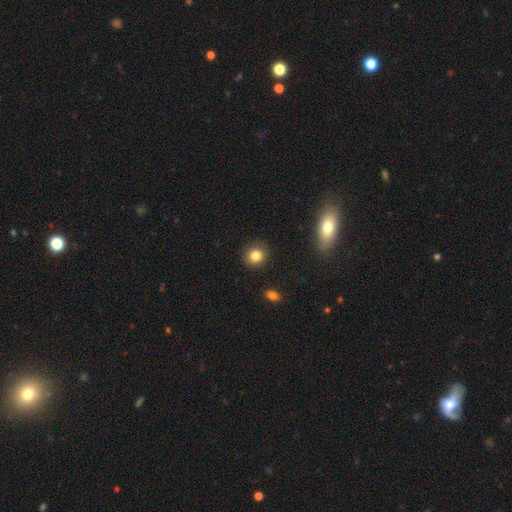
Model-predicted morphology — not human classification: Q: Smooth or featured?
A: smooth (84%); runner-up: star or artifact (10%)
Q: How rounded?
A: round (86%); runner-up: in between (13%)
Q: Merging?
A: none (88%); runner-up: minor disturbance (8%)